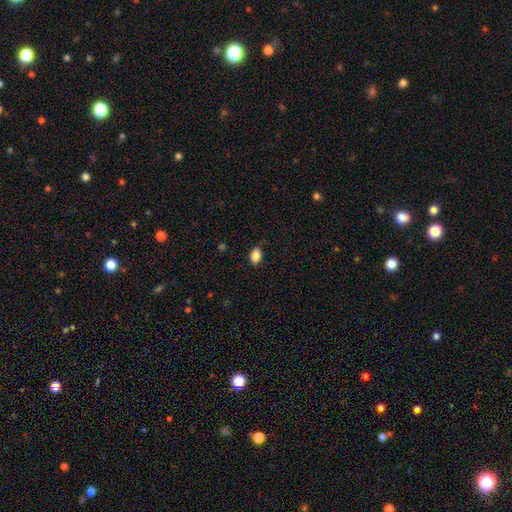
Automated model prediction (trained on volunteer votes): Morphology: type=smooth (87%); roundness=in between (83%); merging=none (83%).